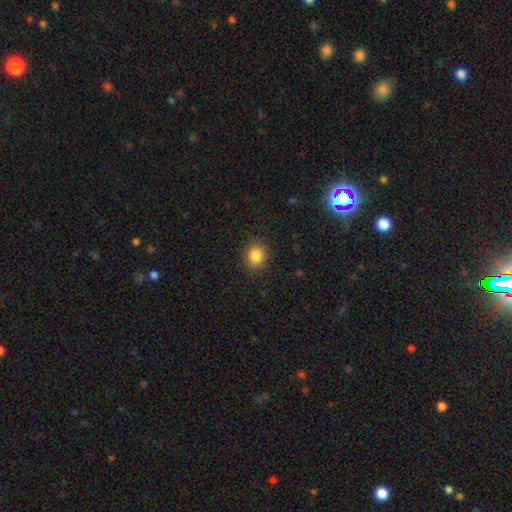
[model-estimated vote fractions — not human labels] This appears to be a smooth galaxy with no disk features (85%) that is round (76%). Merging: none (88%).